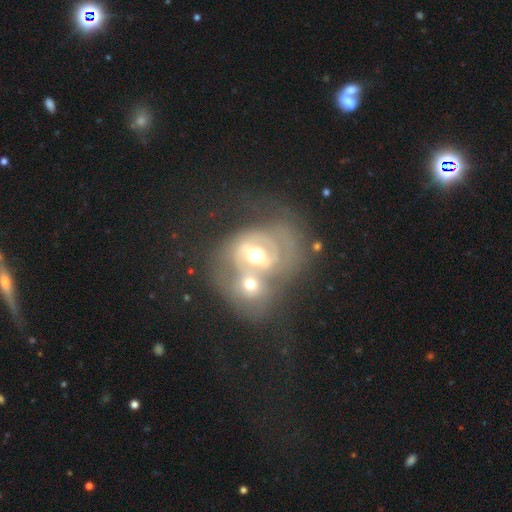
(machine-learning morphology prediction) A featured or disk galaxy (73%) with no bar (43%), spiral arms (62%) and a moderate central bulge (73%).

Vote fractions:
- Smooth or featured? featured or disk: 73% / smooth: 19% / star or artifact: 7%
- Edge-on disk? no: 96% / yes: 4%
- Bar? no: 43% / weak: 35% / strong: 22%
- Spiral arms? yes: 62% / no: 38%
- Bulge size? moderate: 73% / small: 12% / large: 11% / none: 2% / dominant: 2%
- Merging? merger: 66% / none: 17% / major disturbance: 9% / minor disturbance: 8%